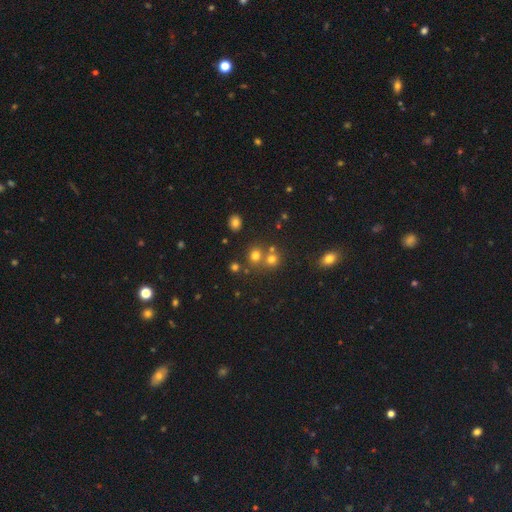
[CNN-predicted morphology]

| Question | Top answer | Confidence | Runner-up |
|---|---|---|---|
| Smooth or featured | smooth | 69% | star or artifact (22%) |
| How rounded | round | 83% | in between (16%) |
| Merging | none | 62% | merger (28%) |